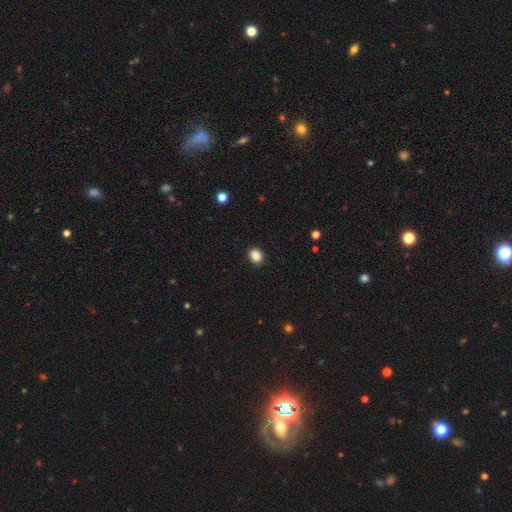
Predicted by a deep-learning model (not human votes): Overall: smooth (88%). How rounded: in between (50%; round 49%). Merging: none (90%).